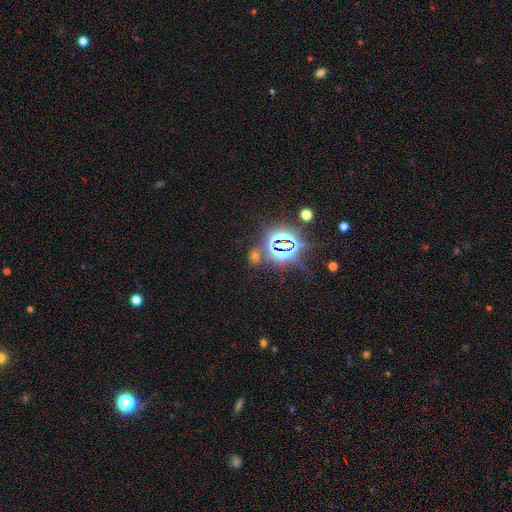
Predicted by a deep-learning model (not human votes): This appears to be a star or artifact, not a galaxy (69%).